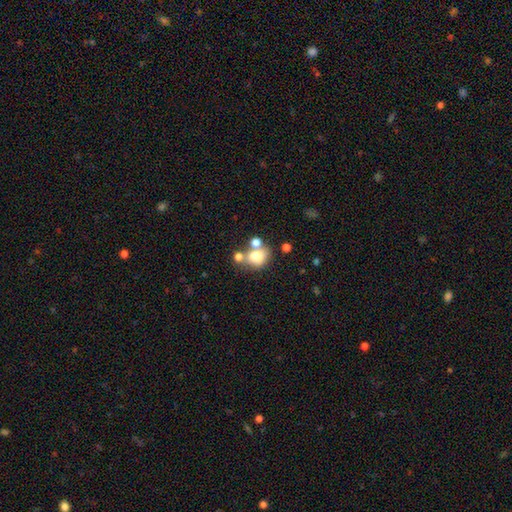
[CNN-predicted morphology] smooth 71%, featured or disk 17%, star or artifact 13%. Down the decision tree: how rounded — round (54%); merging — none (44%).